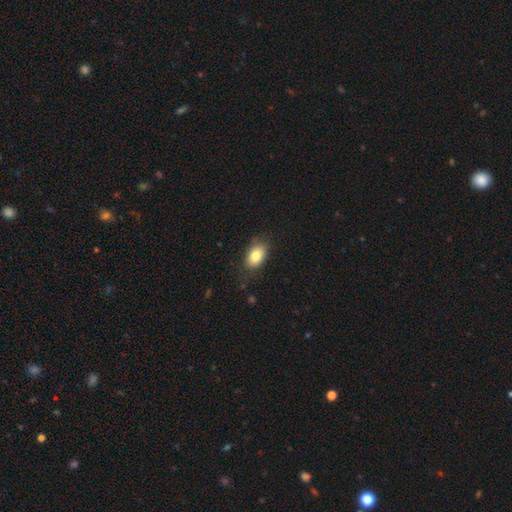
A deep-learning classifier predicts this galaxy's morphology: type=smooth (82%); roundness=in between (89%); merging=none (81%).